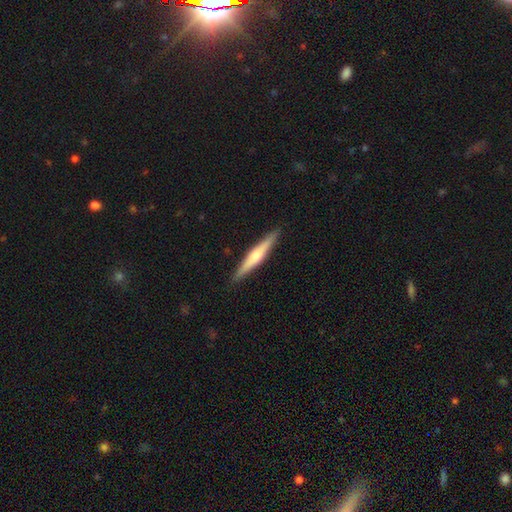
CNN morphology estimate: A featured or disk galaxy (55%) viewed edge-on (97%) with a rounded central bulge (73%). Merging: none (91%).